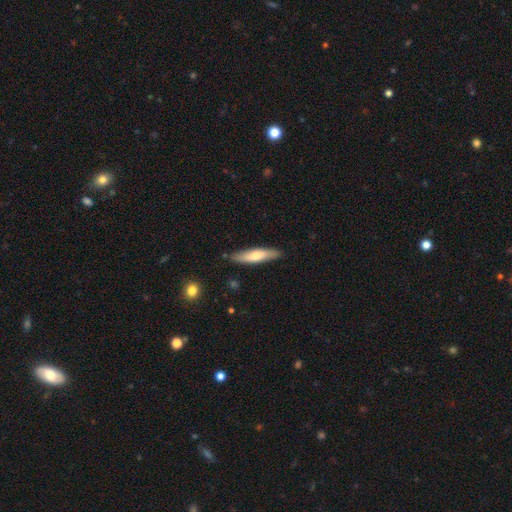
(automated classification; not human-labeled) The model was most divided on "smooth or featured": smooth: 66%, featured or disk: 29%, star or artifact: 5%. More confident: merging — none (85%); how rounded — cigar-shaped (80%).